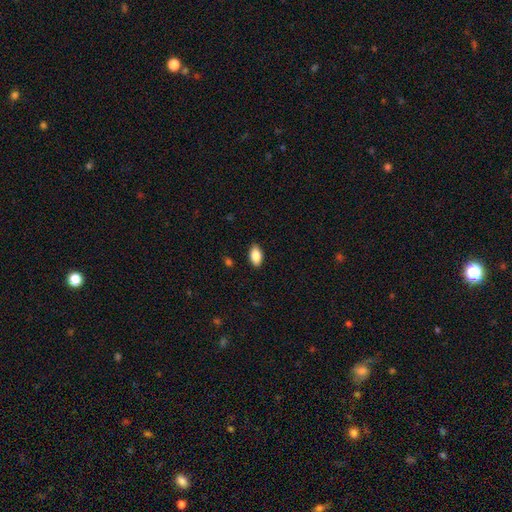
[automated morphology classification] A smooth galaxy with no disk features (87%) that is in between round and cigar-shaped (92%). Merging: none (86%).